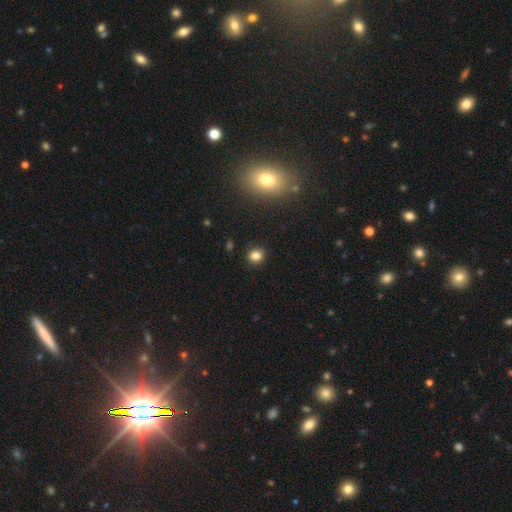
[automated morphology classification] Smooth or featured?
  - smooth: 82% *
  - star or artifact: 13%
  - featured or disk: 5%
How rounded?
  - round: 74% *
  - in between: 24%
  - cigar-shaped: 1%
Merging?
  - none: 88% *
  - minor disturbance: 8%
  - major disturbance: 2%
  - merger: 2%